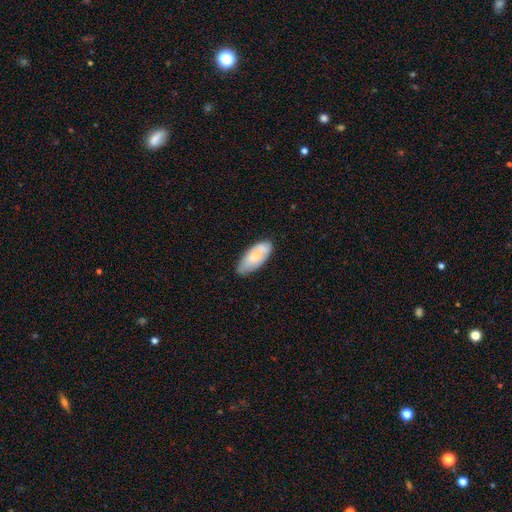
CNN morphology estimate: type=smooth (67%); roundness=in between (87%); merging=none (70%).